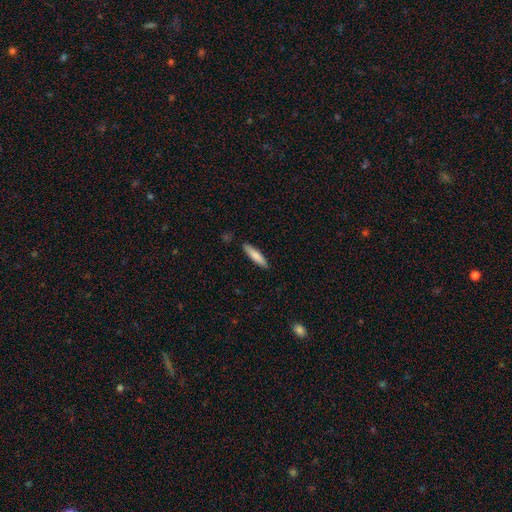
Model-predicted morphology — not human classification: smooth 83%, featured or disk 12%, star or artifact 5%. Down the decision tree: how rounded — cigar-shaped (79%); merging — none (88%).